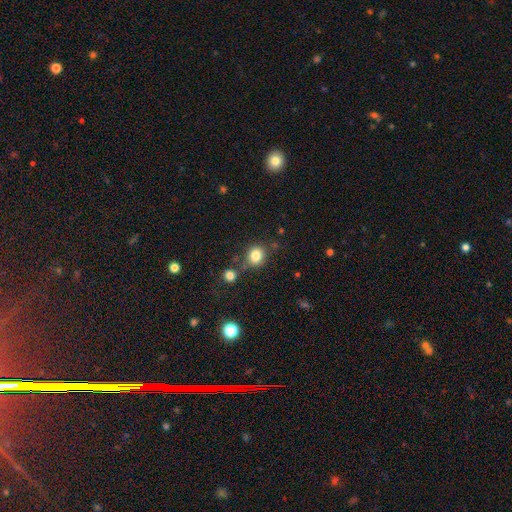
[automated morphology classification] smooth 82%, star or artifact 12%, featured or disk 6%. Down the decision tree: how rounded — round (75%); merging — none (73%).